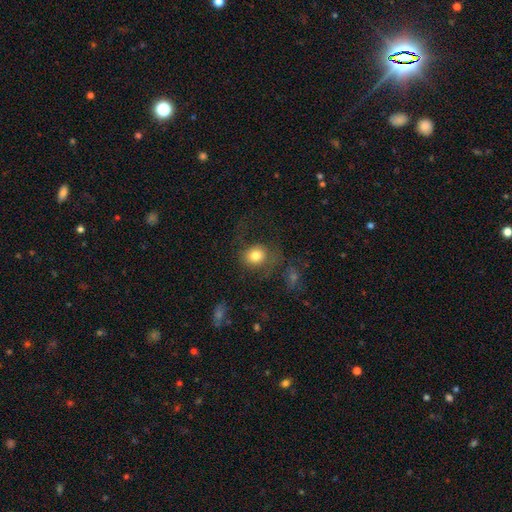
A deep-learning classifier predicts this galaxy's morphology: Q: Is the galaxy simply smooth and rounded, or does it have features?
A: smooth — 77%.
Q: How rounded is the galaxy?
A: round — 68%.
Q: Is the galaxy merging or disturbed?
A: none — 54%.